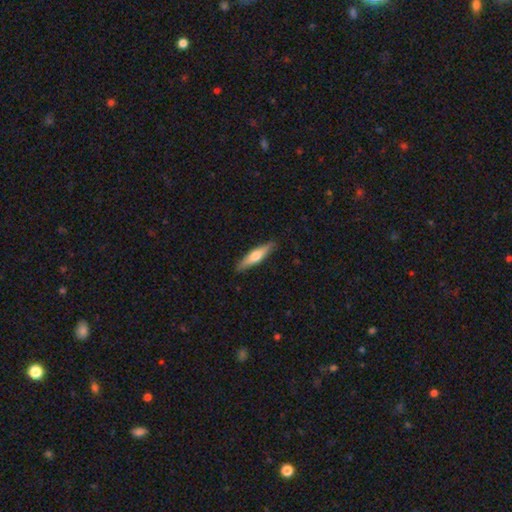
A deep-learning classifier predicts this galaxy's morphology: smooth-or-featured: smooth: 51% | featured or disk: 43% | star or artifact: 5%
  how-rounded: cigar-shaped: 76% | in between: 22% | round: 2%
  merging: none: 88% | minor disturbance: 9% | major disturbance: 2% | merger: 1%